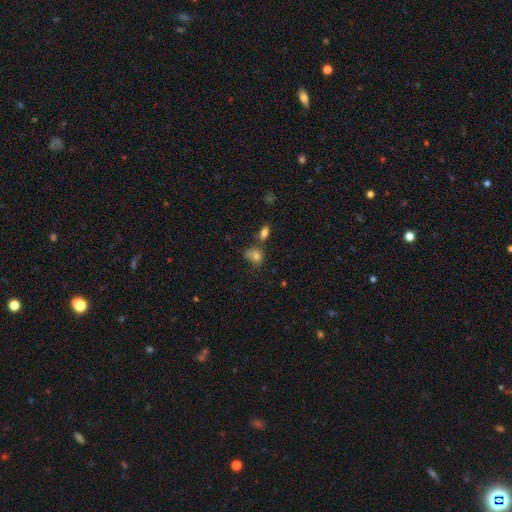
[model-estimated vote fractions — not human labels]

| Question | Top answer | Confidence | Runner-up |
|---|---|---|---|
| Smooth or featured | smooth | 78% | star or artifact (11%) |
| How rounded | in between | 53% | round (45%) |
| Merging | none | 38% | minor disturbance (26%) |